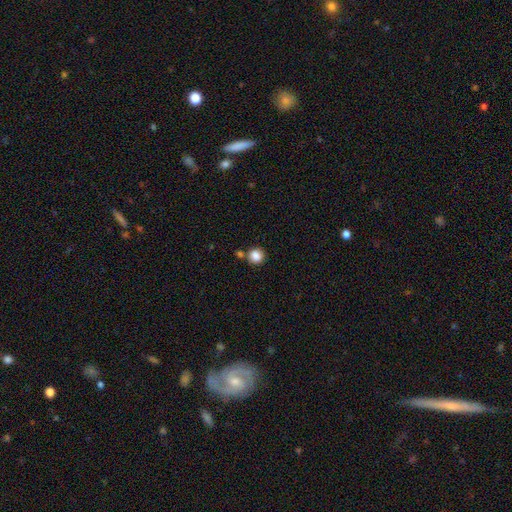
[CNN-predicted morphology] Q: Smooth or featured?
A: smooth (85%); runner-up: star or artifact (10%)
Q: How rounded?
A: round (86%); runner-up: in between (13%)
Q: Merging?
A: none (74%); runner-up: merger (12%)